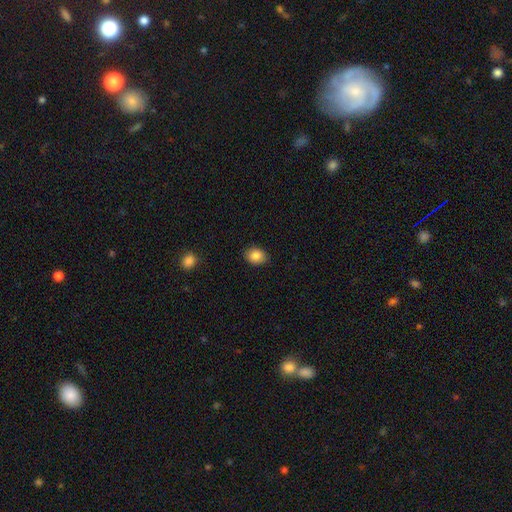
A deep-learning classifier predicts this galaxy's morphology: Smooth or featured? Predicted: smooth (p=0.85). How rounded? Predicted: in between (p=0.62). Merging? Predicted: none (p=0.88).